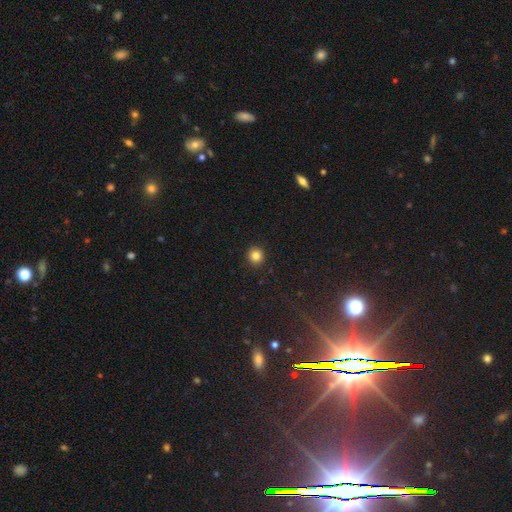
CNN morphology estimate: smooth-or-featured: smooth: 84% | star or artifact: 12% | featured or disk: 5%
  how-rounded: round: 94% | in between: 5% | cigar-shaped: 1%
  merging: none: 92% | minor disturbance: 5% | major disturbance: 2% | merger: 1%